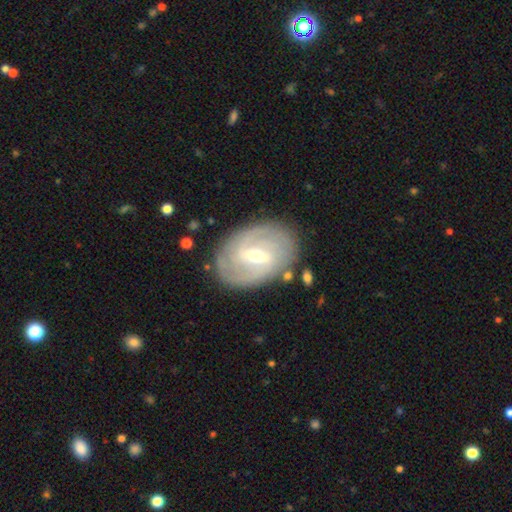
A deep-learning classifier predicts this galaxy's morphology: Smooth or featured?
  - featured or disk: 83% *
  - smooth: 12%
  - star or artifact: 5%
Edge-on disk?
  - no: 96% *
  - yes: 4%
Bar?
  - weak: 55% *
  - strong: 29%
  - no: 16%
Spiral arms?
  - yes: 90% *
  - no: 10%
Spiral winding?
  - tight: 62% *
  - medium: 29%
  - loose: 9%
Spiral arm count?
  - 2: 39% *
  - can't tell: 31%
  - 3: 15%
  - 4: 7%
  - more than 4: 4%
  - 1: 4%
Bulge size?
  - moderate: 49% *
  - small: 48%
  - large: 1%
  - none: 1%
  - dominant: 1%
Merging?
  - none: 83% *
  - minor disturbance: 12%
  - major disturbance: 3%
  - merger: 2%